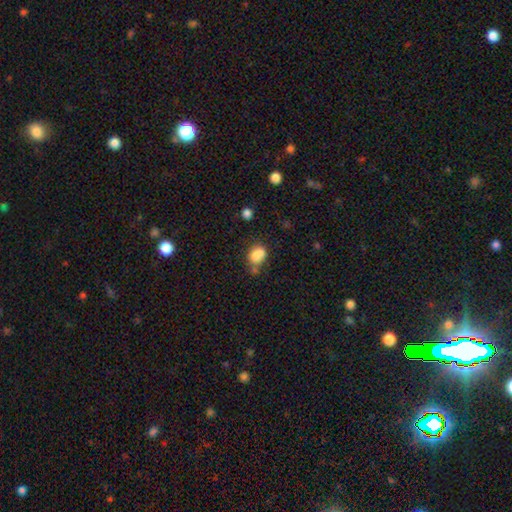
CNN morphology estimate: type=smooth (78%); roundness=in between (55%); merging=none (41%).